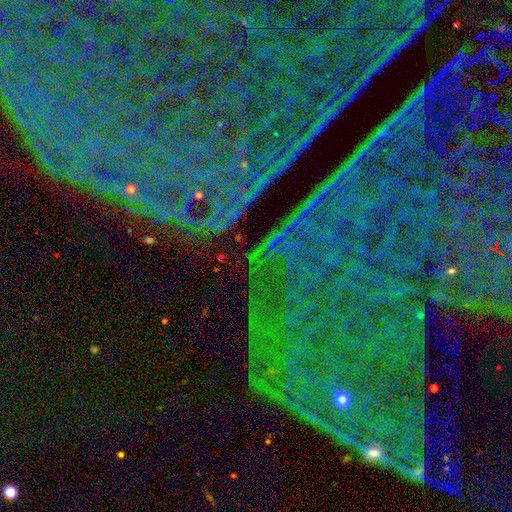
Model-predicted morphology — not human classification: A star or artifact, not a galaxy (86%).